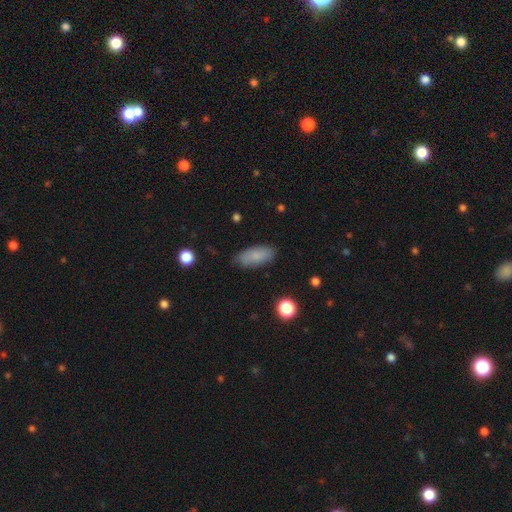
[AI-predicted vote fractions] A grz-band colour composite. It shows a smooth galaxy with no disk features (83%) that is in between round and cigar-shaped (83%). Merging: none (82%).